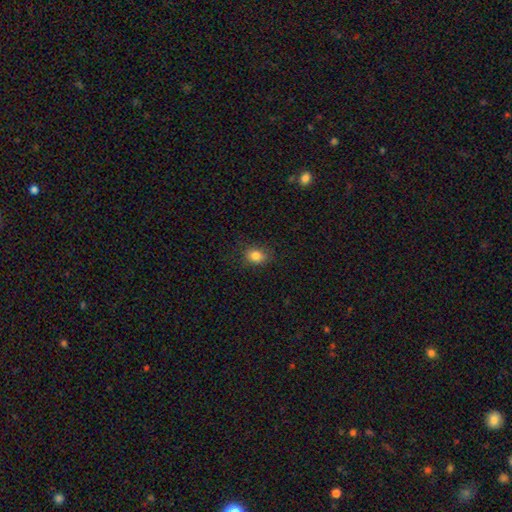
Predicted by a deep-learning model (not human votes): smooth_or_featured: smooth (p=0.83) [alt: star or artifact p=0.11]
how_rounded: in between (p=0.54) [alt: round p=0.45]
merging: none (p=0.83) [alt: minor disturbance p=0.13]